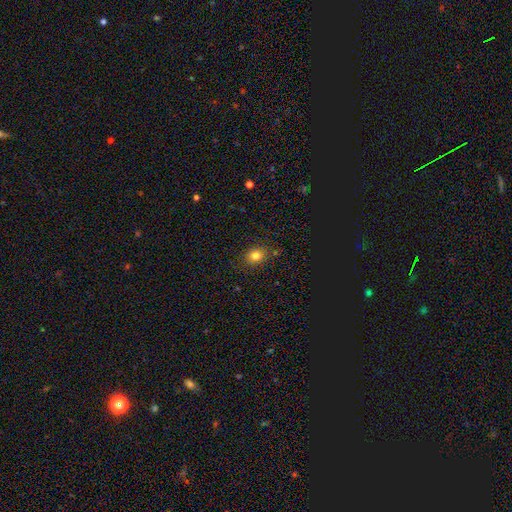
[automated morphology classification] Smooth or featured: smooth — 80% (star or artifact — 13%)
How rounded: round — 59% (in between — 40%)
Merging: none — 83% (minor disturbance — 11%)